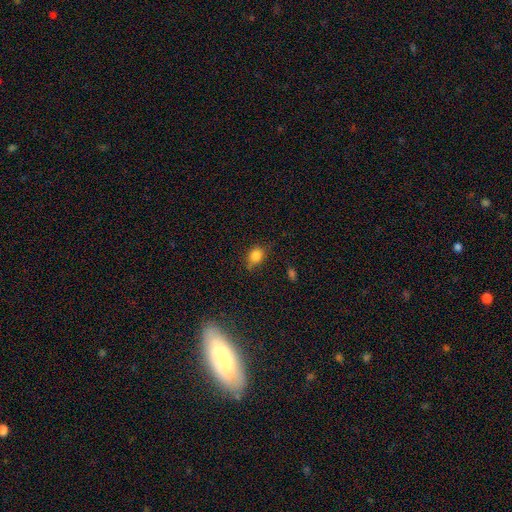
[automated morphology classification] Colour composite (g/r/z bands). It shows a smooth galaxy with no disk features (83%) that is in between round and cigar-shaped (50%). Merging: none (66%).